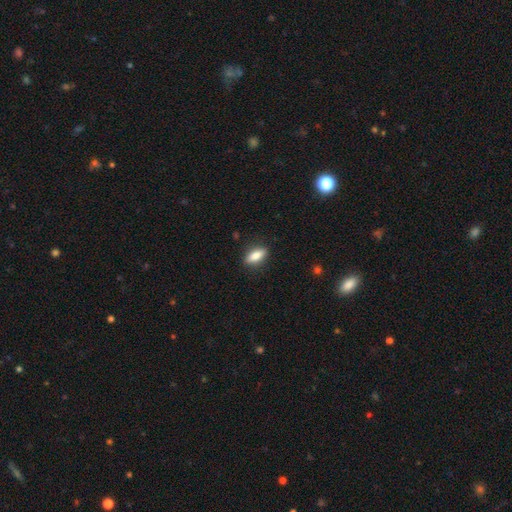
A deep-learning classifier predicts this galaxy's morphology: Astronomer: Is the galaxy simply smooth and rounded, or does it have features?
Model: smooth — 80%.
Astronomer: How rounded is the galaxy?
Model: in between — 73%.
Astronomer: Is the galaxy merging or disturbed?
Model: none — 86%.